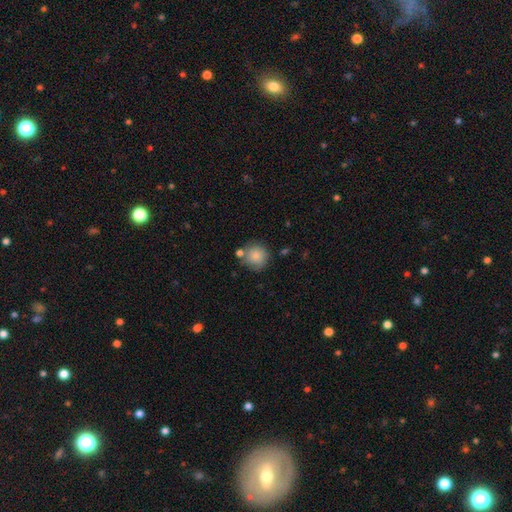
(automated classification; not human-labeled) Smooth or featured: smooth — 85% (star or artifact — 8%)
How rounded: round — 92% (in between — 7%)
Merging: none — 74% (minor disturbance — 13%)